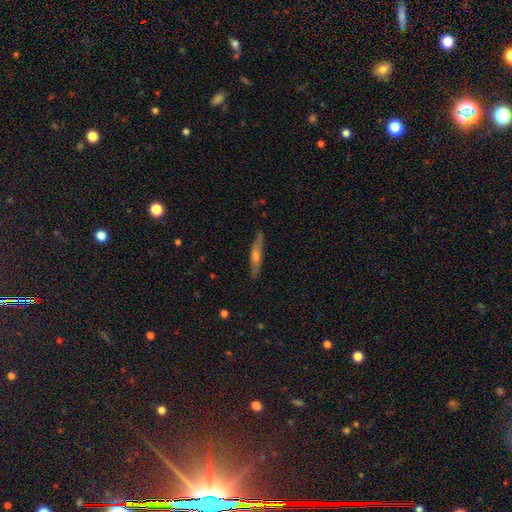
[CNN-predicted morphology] smooth-or-featured: featured or disk: 56% | smooth: 37% | star or artifact: 7%
  disk-edge-on: yes: 90% | no: 10%
    edge-on-bulge: rounded: 76% | none: 18% | boxy: 6%
  merging: none: 86% | minor disturbance: 11% | major disturbance: 2% | merger: 1%